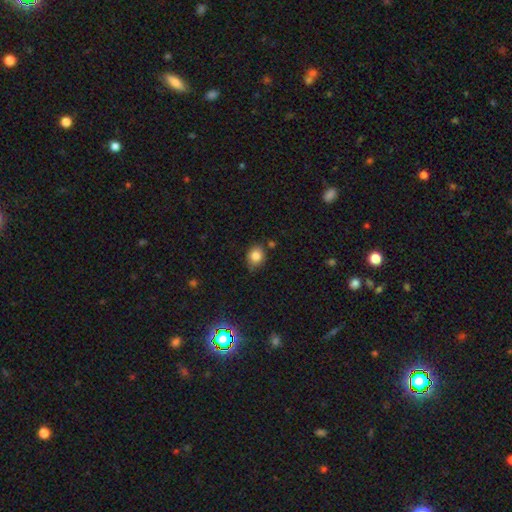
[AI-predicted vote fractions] The model was most divided on "how rounded": round: 67%, in between: 32%, cigar-shaped: 1%. More confident: smooth or featured — smooth (82%); merging — none (73%).